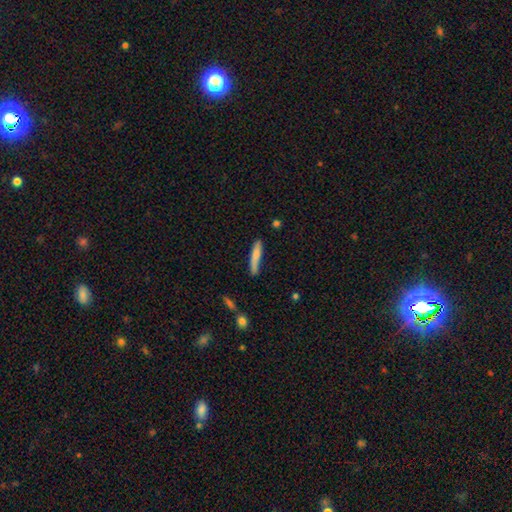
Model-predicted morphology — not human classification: A smooth galaxy with no disk features (75%) that is cigar-shaped (90%).

Vote fractions:
- Smooth or featured? smooth: 75% / featured or disk: 19% / star or artifact: 6%
- How rounded? cigar-shaped: 90% / in between: 9% / round: 1%
- Merging? none: 68% / minor disturbance: 23% / major disturbance: 5% / merger: 4%